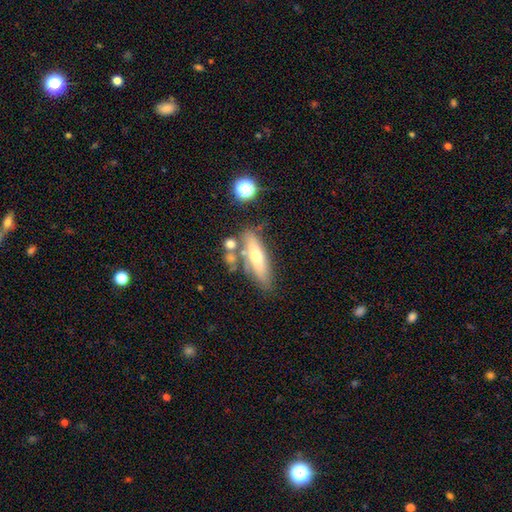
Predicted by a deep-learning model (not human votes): Q: Smooth or featured?
A: smooth (48%); runner-up: featured or disk (44%)
Q: Merging?
A: none (64%); runner-up: minor disturbance (16%)